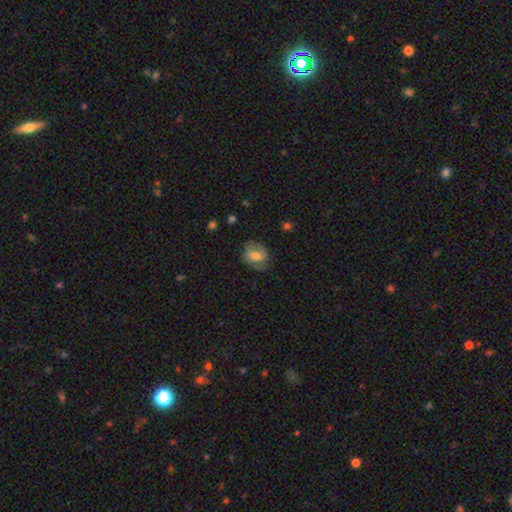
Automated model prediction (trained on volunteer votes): smooth-or-featured: featured or disk: 54% | smooth: 38% | star or artifact: 8%
  disk-edge-on: no: 96% | yes: 4%
    bar: weak: 45% | no: 34% | strong: 22%
    has-spiral-arms: yes: 79% | no: 21%
    bulge-size: moderate: 59% | small: 29% | large: 7% | none: 3% | dominant: 1%
  merging: none: 67% | minor disturbance: 22% | major disturbance: 10% | merger: 1%